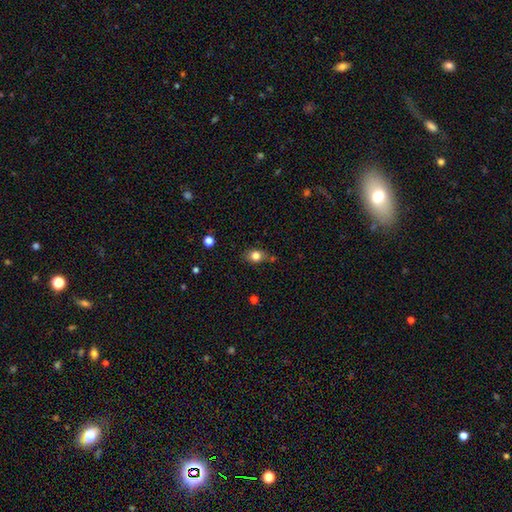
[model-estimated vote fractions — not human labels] Smooth or featured? smooth (81%)
How rounded? in between (53%)
Merging? none (70%)